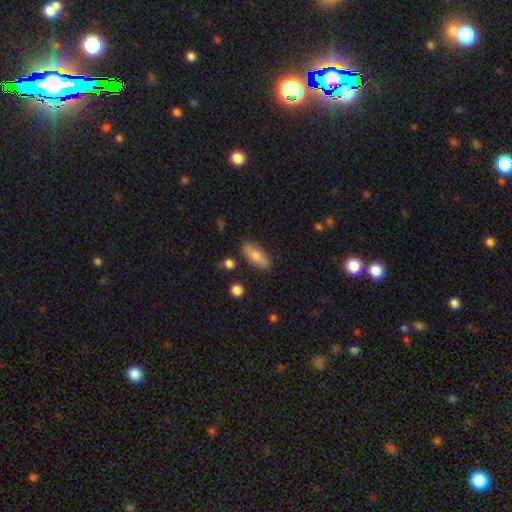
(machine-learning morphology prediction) smooth 70%, featured or disk 24%, star or artifact 6%. Down the decision tree: how rounded — in between (83%); merging — none (83%).